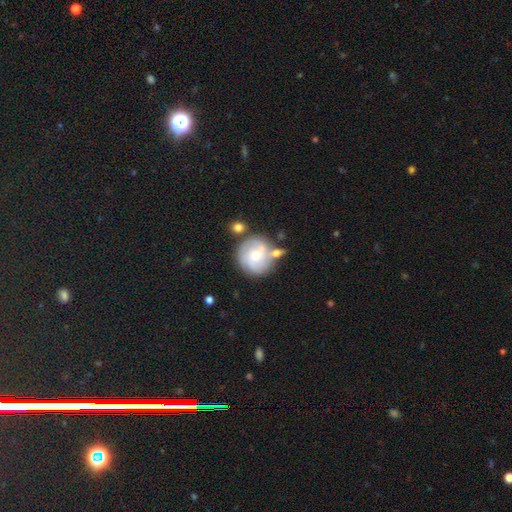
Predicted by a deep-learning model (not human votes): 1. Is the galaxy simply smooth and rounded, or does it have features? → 60% featured or disk, 34% smooth, 7% star or artifact.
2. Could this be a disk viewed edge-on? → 97% no, 3% yes.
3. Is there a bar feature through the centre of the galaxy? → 65% no, 30% weak, 6% strong.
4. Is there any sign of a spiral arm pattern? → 83% yes, 17% no.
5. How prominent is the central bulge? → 50% small, 45% moderate, 3% large, 2% none, 1% dominant.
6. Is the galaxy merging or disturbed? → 60% none, 17% merger, 16% minor disturbance, 7% major disturbance.